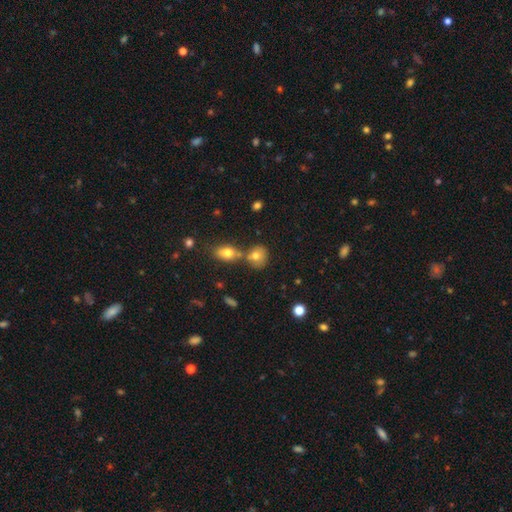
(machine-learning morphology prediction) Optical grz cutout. It shows a smooth galaxy with no disk features (74%) that is round (58%). Merging: none (53%).